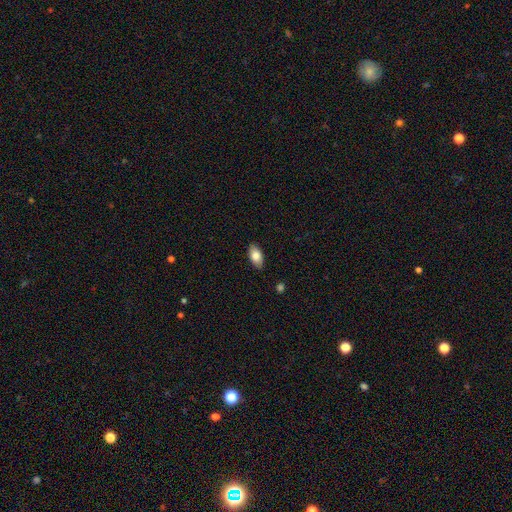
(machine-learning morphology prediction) Smooth or featured?
  - smooth: 81% *
  - featured or disk: 12%
  - star or artifact: 7%
How rounded?
  - in between: 92% *
  - round: 4%
  - cigar-shaped: 4%
Merging?
  - none: 87% *
  - minor disturbance: 10%
  - major disturbance: 2%
  - merger: 1%